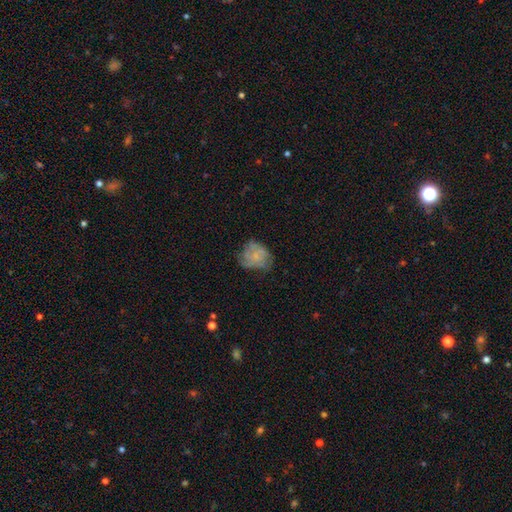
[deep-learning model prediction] Overall: featured or disk (55%; smooth 34%). Edge-on disk: no (98%). Bar: no (78%). Spiral arms: yes (76%). Bulge size: small (47%; none 37%). Merging: none (57%; minor disturbance 26%).